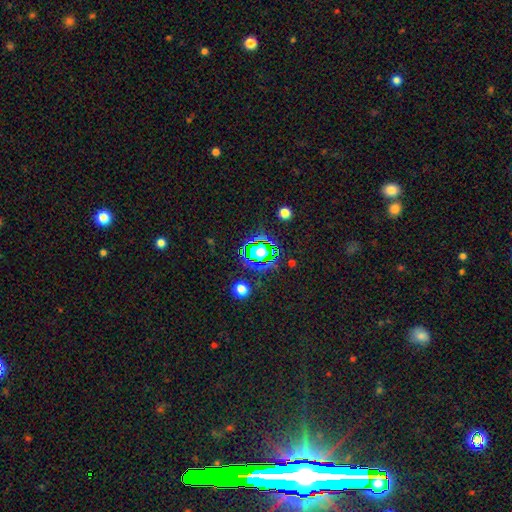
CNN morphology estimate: Smooth or featured? star or artifact (62%)